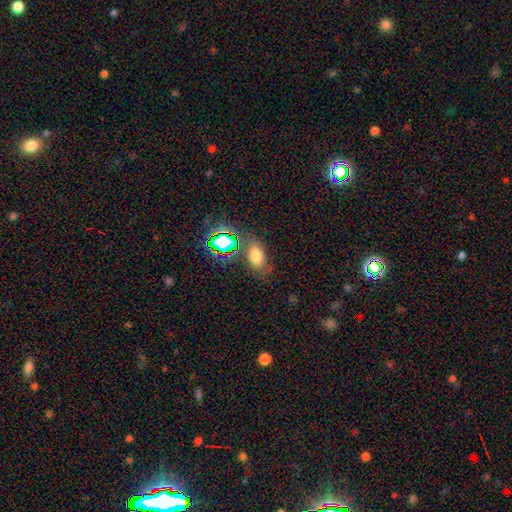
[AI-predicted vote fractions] Morphology: type=smooth (68%); roundness=in between (83%); merging=none (70%).